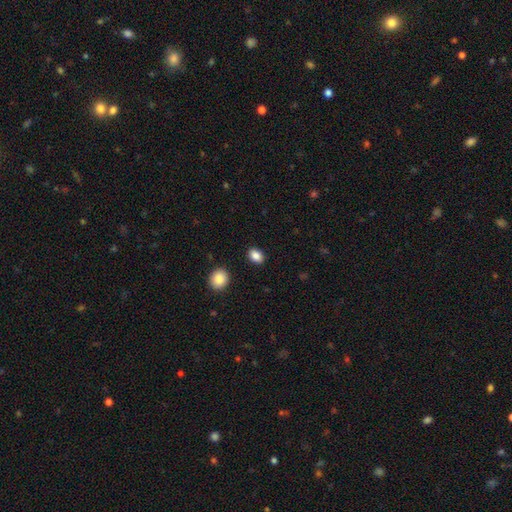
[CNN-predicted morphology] type=smooth (87%); roundness=in between (75%); merging=none (89%).